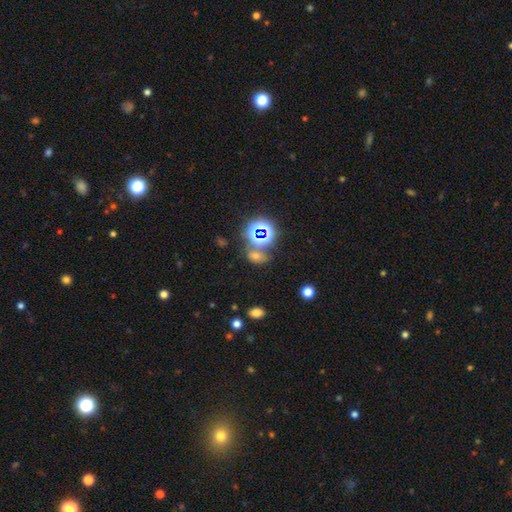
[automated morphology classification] Q: Smooth or featured?
A: star or artifact (46%); runner-up: smooth (43%)